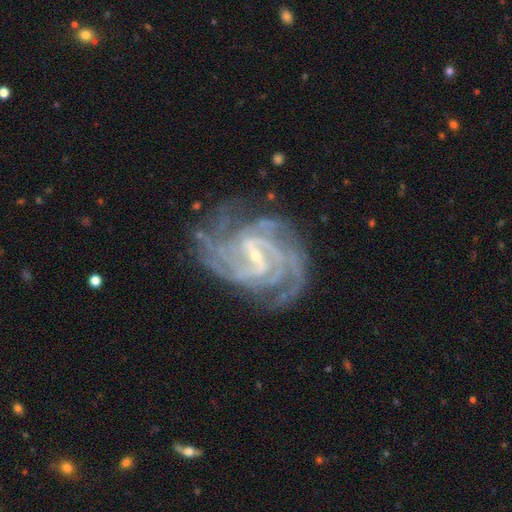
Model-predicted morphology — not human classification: A featured or disk galaxy (93%) with a weak bar (47%), 4 (31%) tight (61%) spiral arms (99%) and a small central bulge (77%).

Vote fractions:
- Smooth or featured? featured or disk: 93% / star or artifact: 5% / smooth: 2%
- Edge-on disk? no: 98% / yes: 2%
- Bar? weak: 47% / strong: 40% / no: 13%
- Spiral arms? yes: 99% / no: 1%
- Spiral winding? tight: 61% / medium: 34% / loose: 5%
- Spiral arm count? 4: 31% / 3: 20% / 2: 16% / can't tell: 15% / more than 4: 11% / 1: 7%
- Bulge size? small: 77% / moderate: 18% / none: 3% / large: 1% / dominant: 1%
- Merging? none: 74% / minor disturbance: 17% / major disturbance: 8% / merger: 2%